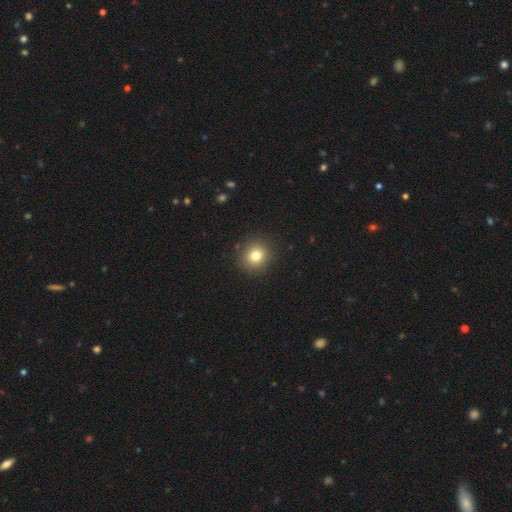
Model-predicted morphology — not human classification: Smooth or featured: smooth — 80% (star or artifact — 12%)
How rounded: round — 87% (in between — 12%)
Merging: none — 90% (minor disturbance — 7%)